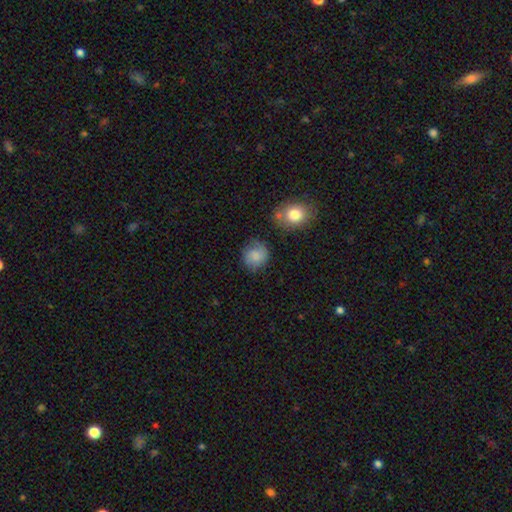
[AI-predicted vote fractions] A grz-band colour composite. It shows a smooth galaxy with no disk features (79%) that is round (84%). Merging: none (70%).